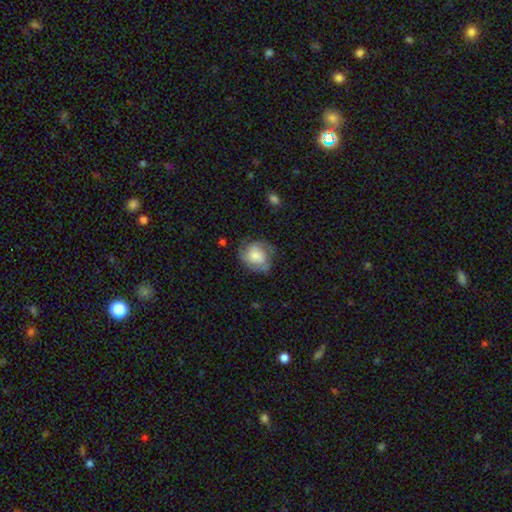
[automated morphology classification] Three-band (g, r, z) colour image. It shows a smooth galaxy with no disk features (54%) that is round (58%). Merging: none (56%).